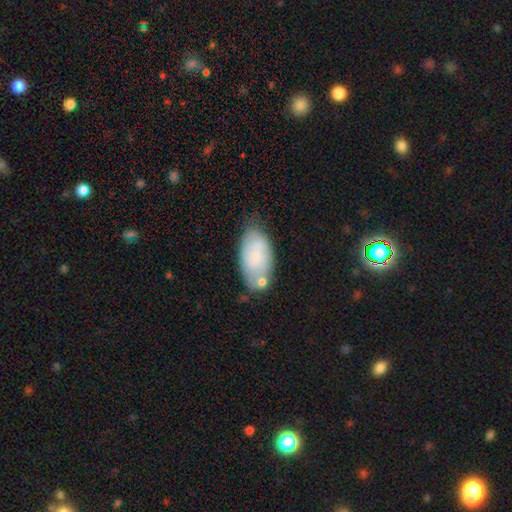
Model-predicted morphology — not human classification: Smooth or featured? Predicted: smooth (p=0.64). How rounded? Predicted: in between (p=0.94). Merging? Predicted: none (p=0.58).